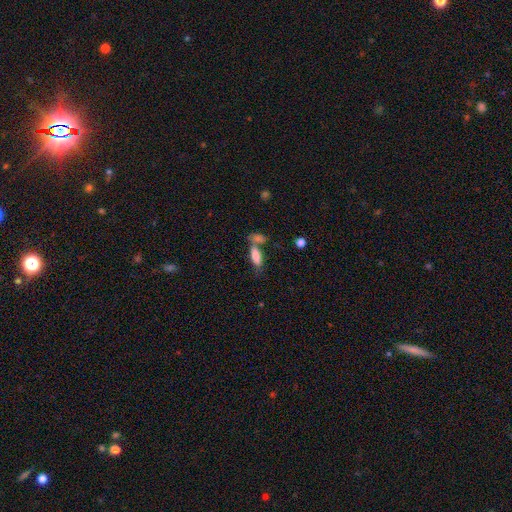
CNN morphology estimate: smooth-or-featured: smooth: 81% | featured or disk: 11% | star or artifact: 7%
  how-rounded: in between: 72% | cigar-shaped: 26% | round: 2%
  merging: none: 44% | merger: 38% | minor disturbance: 13% | major disturbance: 5%